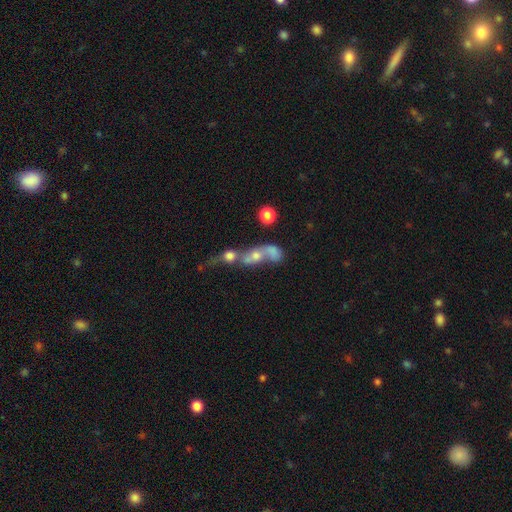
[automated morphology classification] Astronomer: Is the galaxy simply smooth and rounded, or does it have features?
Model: featured or disk — 45% (runner-up: smooth, 33%).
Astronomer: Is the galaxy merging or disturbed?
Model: merger — 61%.